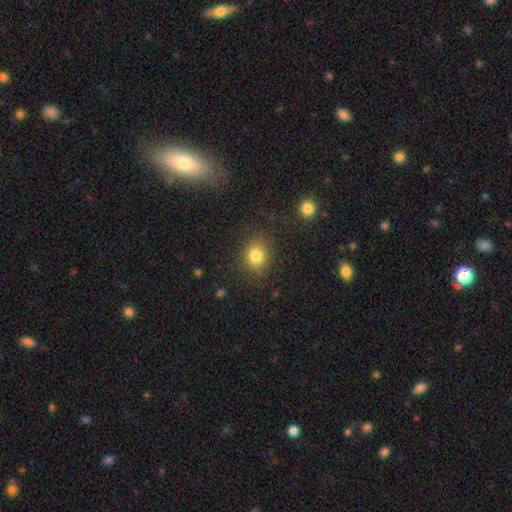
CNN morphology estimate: Smooth or featured? Predicted: smooth (p=0.81). How rounded? Predicted: round (p=0.66). Merging? Predicted: none (p=0.84).